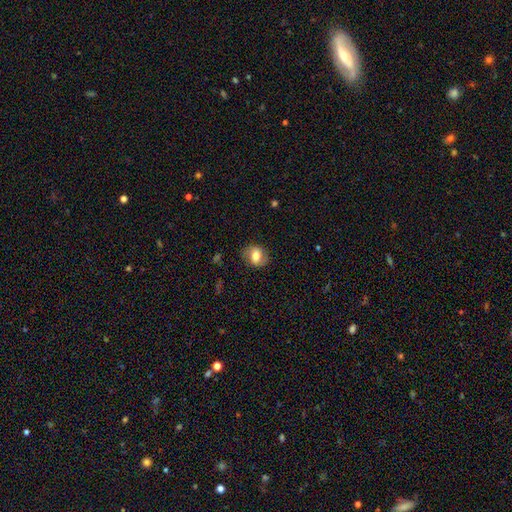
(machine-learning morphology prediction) Q: Smooth or featured?
A: smooth (62%); runner-up: featured or disk (30%)
Q: How rounded?
A: in between (52%); runner-up: round (47%)
Q: Merging?
A: none (79%); runner-up: minor disturbance (15%)